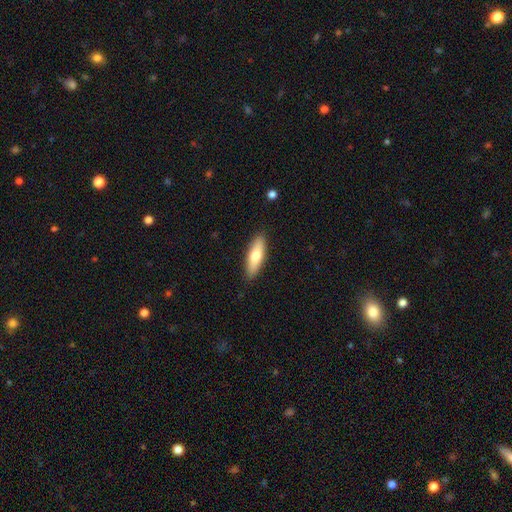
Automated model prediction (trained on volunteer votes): A smooth galaxy with no disk features (68%) that is in between round and cigar-shaped (49%). Merging: none (88%).